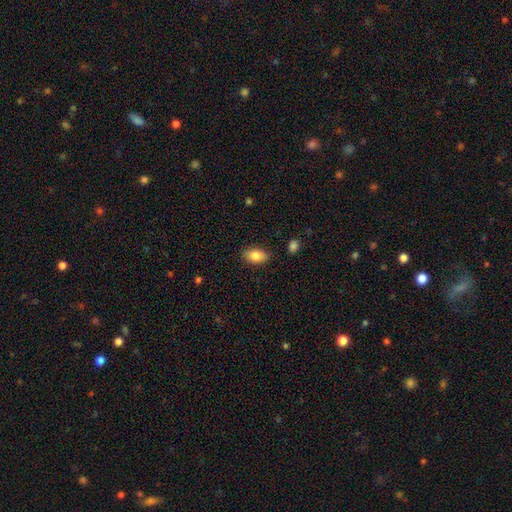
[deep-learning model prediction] A smooth galaxy with no disk features (85%) that is in between round and cigar-shaped (91%). Merging: none (86%).